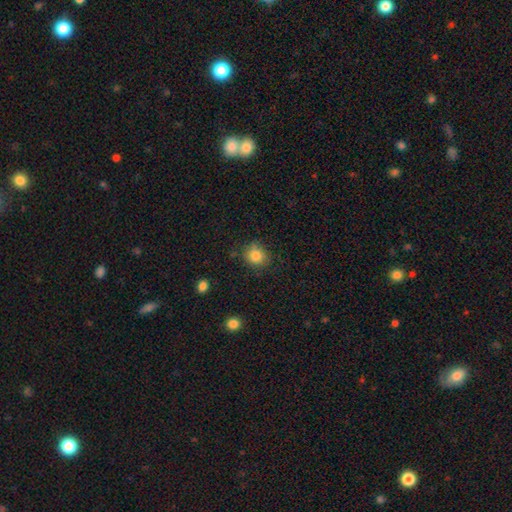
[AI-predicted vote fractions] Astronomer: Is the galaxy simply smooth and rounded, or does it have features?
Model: smooth — 83%.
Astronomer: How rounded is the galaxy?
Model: round — 79%.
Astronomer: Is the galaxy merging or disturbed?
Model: none — 78%.